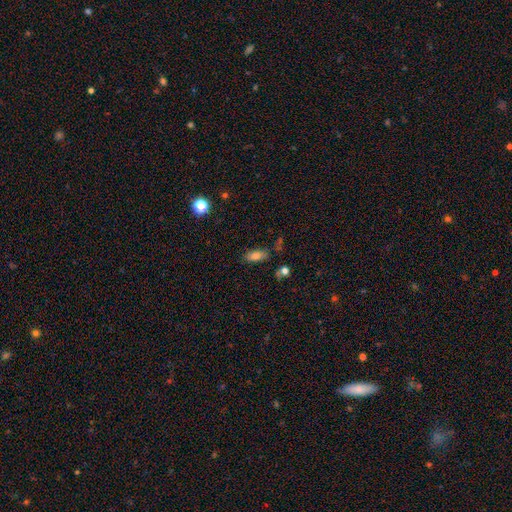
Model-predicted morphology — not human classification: smooth-or-featured: smooth: 77% | featured or disk: 12% | star or artifact: 11%
  how-rounded: in between: 82% | cigar-shaped: 14% | round: 4%
  merging: none: 74% | minor disturbance: 16% | merger: 5% | major disturbance: 5%